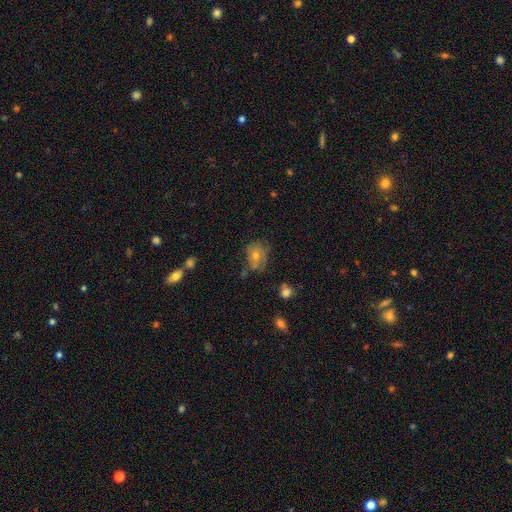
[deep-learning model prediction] Smooth or featured? smooth (53%)
How rounded? round (53%)
Merging? none (57%)